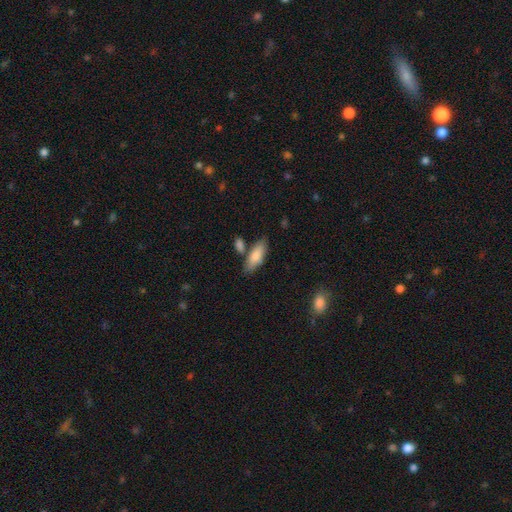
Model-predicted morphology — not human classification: A smooth galaxy with no disk features (82%) that is in between round and cigar-shaped (69%). Merging: none (69%).